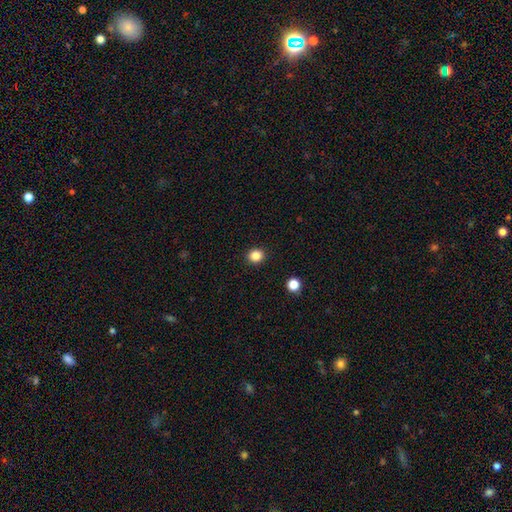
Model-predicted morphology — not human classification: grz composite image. It shows a smooth galaxy with no disk features (85%) that is round (81%). Merging: none (92%).